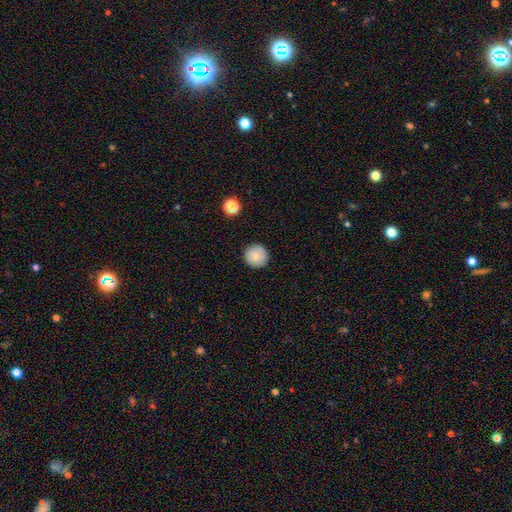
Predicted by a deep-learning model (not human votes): Smooth or featured?
  - smooth: 84% *
  - star or artifact: 8%
  - featured or disk: 8%
How rounded?
  - round: 96% *
  - in between: 3%
  - cigar-shaped: 1%
Merging?
  - none: 91% *
  - minor disturbance: 6%
  - major disturbance: 2%
  - merger: 1%